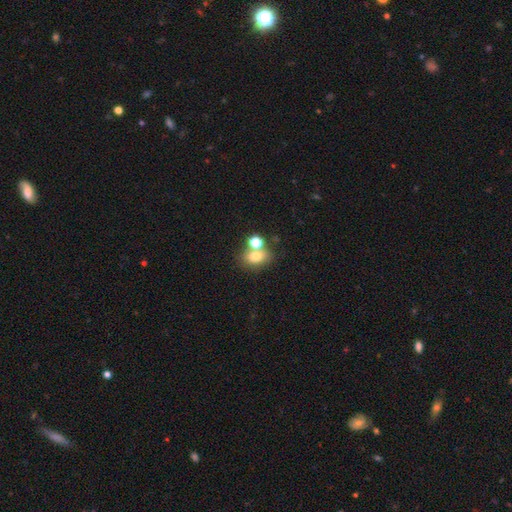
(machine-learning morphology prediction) type=smooth (75%); roundness=in between (67%); merging=none (52%).